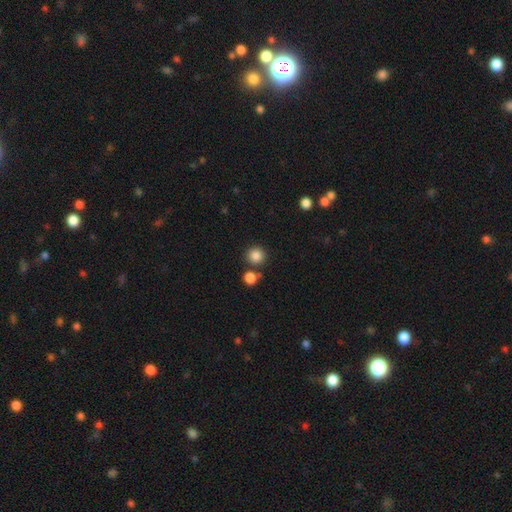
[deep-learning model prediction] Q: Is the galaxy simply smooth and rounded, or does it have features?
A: smooth — 85%.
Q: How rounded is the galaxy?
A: round — 93%.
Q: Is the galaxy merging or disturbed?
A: none — 79%.